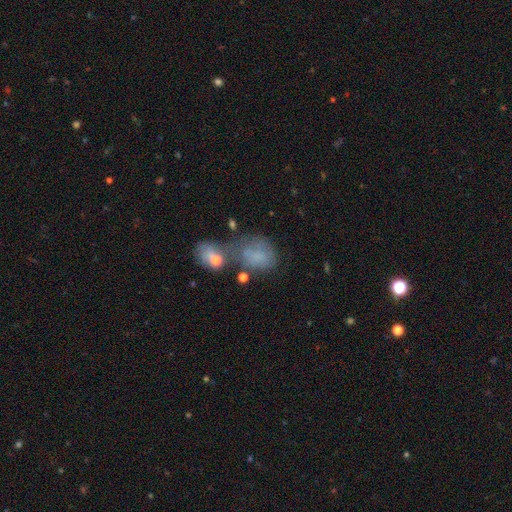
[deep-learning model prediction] Morphology: type=smooth (61%); roundness=in between (61%); merging=none (32%).